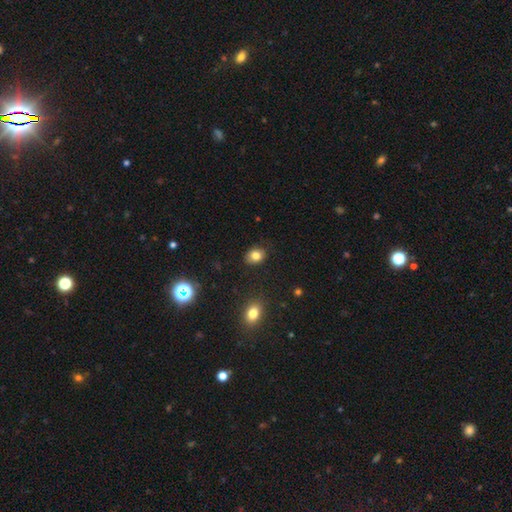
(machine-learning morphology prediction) smooth_or_featured: smooth (p=0.81) [alt: star or artifact p=0.11]
how_rounded: in between (p=0.55) [alt: round p=0.44]
merging: none (p=0.84) [alt: minor disturbance p=0.12]